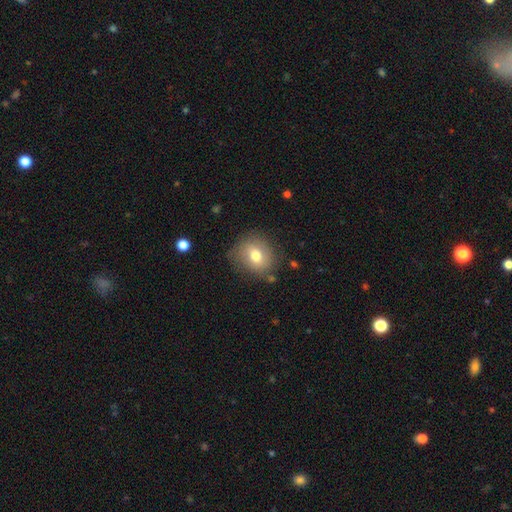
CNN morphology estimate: type=smooth (73%); roundness=round (69%); merging=none (76%).